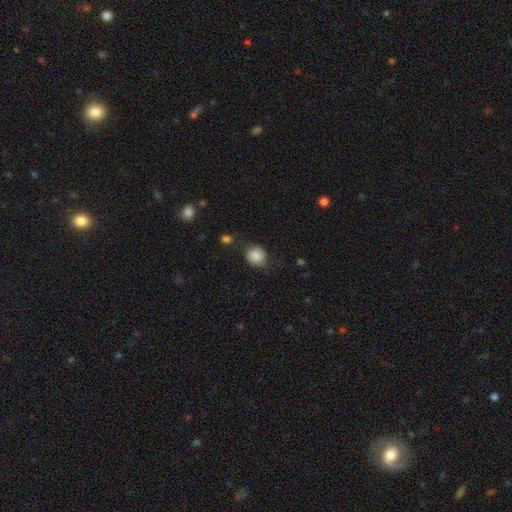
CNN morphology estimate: smooth 86%, star or artifact 8%, featured or disk 6%. Down the decision tree: how rounded — round (78%); merging — none (67%).